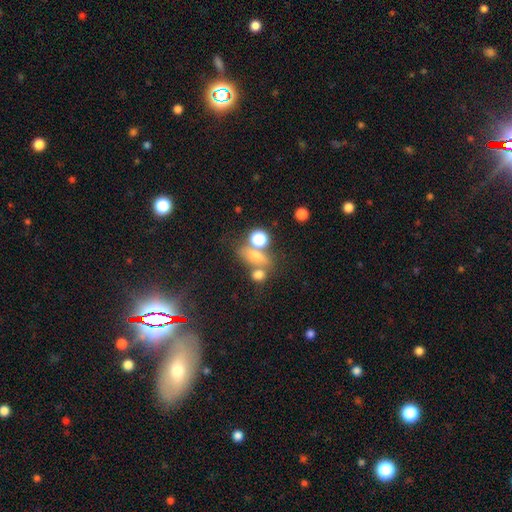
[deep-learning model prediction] Overall: smooth (56%; star or artifact 26%). How rounded: in between (56%; round 34%). Merging: none (44%; merger 33%).